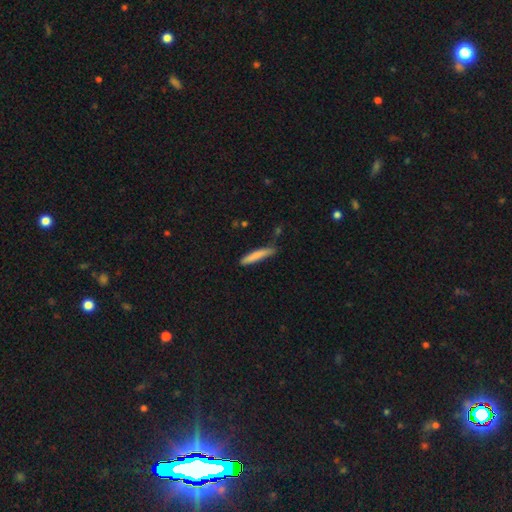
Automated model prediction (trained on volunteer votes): Morphology: type=smooth (80%); roundness=cigar-shaped (91%); merging=none (73%).